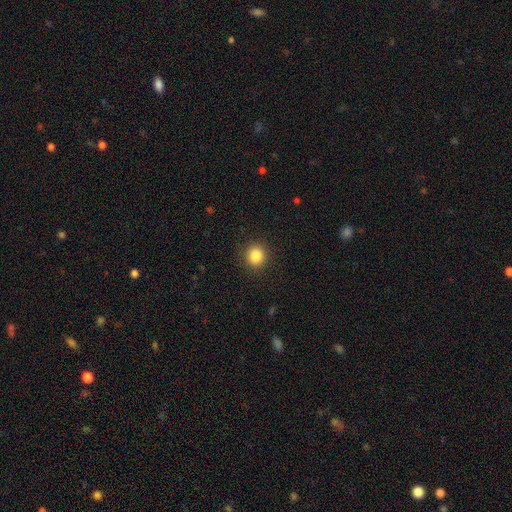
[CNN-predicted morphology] Smooth or featured?
  - smooth: 85% *
  - star or artifact: 11%
  - featured or disk: 4%
How rounded?
  - round: 88% *
  - in between: 11%
  - cigar-shaped: 1%
Merging?
  - none: 91% *
  - minor disturbance: 6%
  - major disturbance: 2%
  - merger: 1%